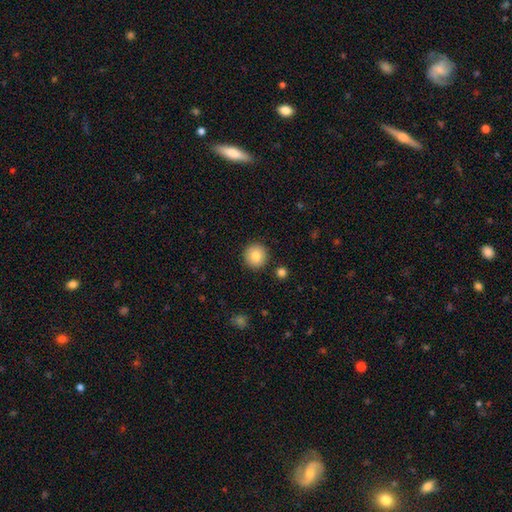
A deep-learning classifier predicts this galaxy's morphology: A smooth galaxy with no disk features (84%) that is round (95%).

Vote fractions:
- Smooth or featured? smooth: 84% / star or artifact: 9% / featured or disk: 7%
- How rounded? round: 95% / in between: 4% / cigar-shaped: 1%
- Merging? none: 91% / minor disturbance: 6% / major disturbance: 2% / merger: 2%